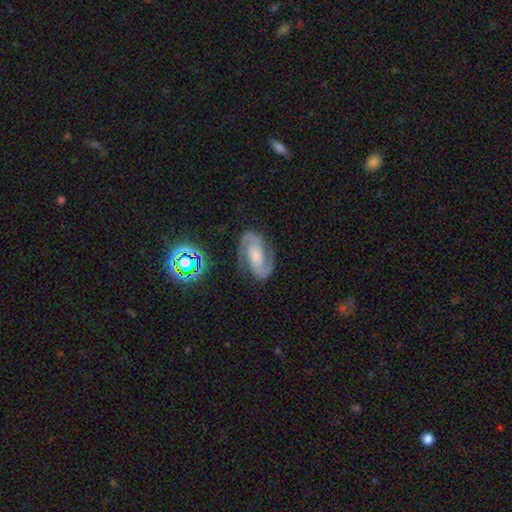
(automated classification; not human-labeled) This is clearly a featured or disk galaxy (86%). It is clearly not viewed edge-on (97%). Bar: marginally no (44%). Spiral arm pattern: clearly yes (98%). Spiral arm count: clearly 2 (93%). Spiral winding: possibly medium (52%). Central bulge: marginally moderate (42%). Merging: clearly none (80%).